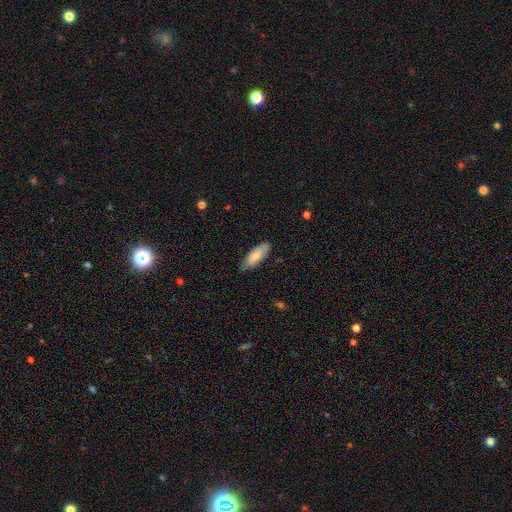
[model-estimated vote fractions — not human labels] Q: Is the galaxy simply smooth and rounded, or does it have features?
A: smooth — 77%.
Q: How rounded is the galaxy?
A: in between — 70%.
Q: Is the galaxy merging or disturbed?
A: none — 77%.